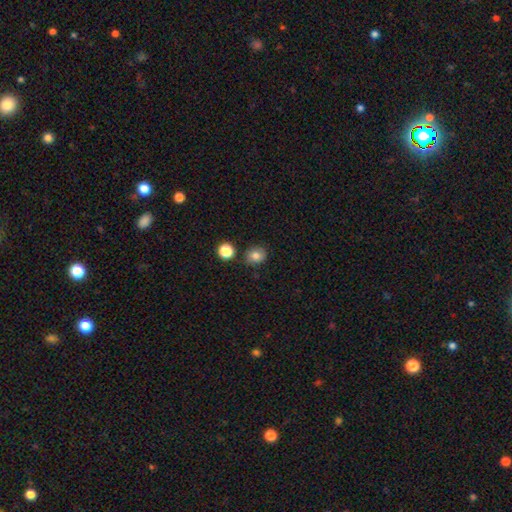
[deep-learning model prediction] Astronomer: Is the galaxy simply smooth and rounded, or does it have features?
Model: smooth — 80%.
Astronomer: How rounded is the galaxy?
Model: round — 78%.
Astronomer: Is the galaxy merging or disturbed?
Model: none — 82%.